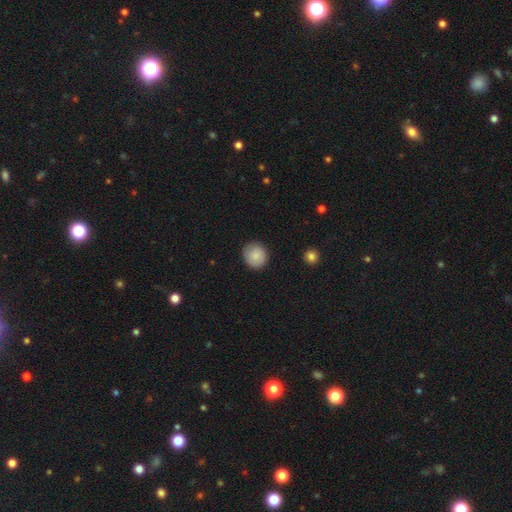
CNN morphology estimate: Smooth or featured?
  - smooth: 86% *
  - star or artifact: 7%
  - featured or disk: 7%
How rounded?
  - round: 87% *
  - in between: 13%
  - cigar-shaped: 1%
Merging?
  - none: 88% *
  - minor disturbance: 9%
  - major disturbance: 2%
  - merger: 1%